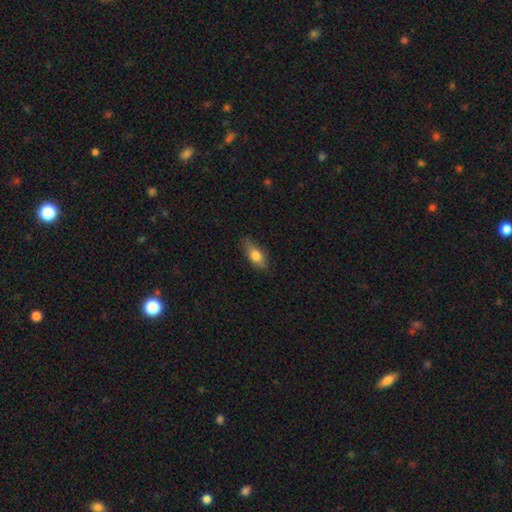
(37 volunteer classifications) smooth-or-featured: smooth: 65% | featured or disk: 30% | star or artifact: 5%
  how-rounded: in between: 58% | cigar-shaped: 38% | round: 4%
  merging: none: 83% | minor disturbance: 14% | major disturbance: 3% | merger: 0%